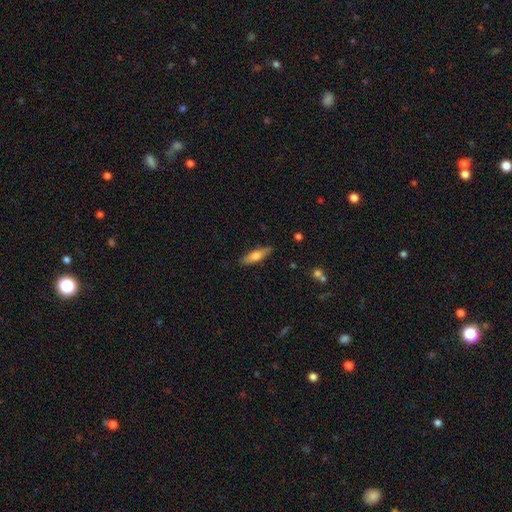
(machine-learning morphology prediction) smooth-or-featured: smooth: 65% | featured or disk: 29% | star or artifact: 6%
  how-rounded: cigar-shaped: 62% | in between: 36% | round: 2%
  merging: none: 86% | minor disturbance: 11% | major disturbance: 2% | merger: 1%